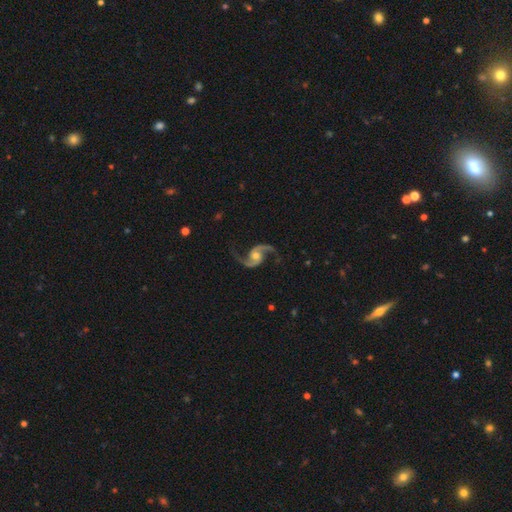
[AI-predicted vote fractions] This is clearly a featured or disk galaxy (93%). It is clearly not viewed edge-on (98%). Bar: likely no (62%). Spiral arm pattern: clearly yes (98%). Spiral arm count: clearly 2 (95%). Spiral winding: likely loose (62%). Central bulge: likely moderate (63%). Merging: likely none (80%).